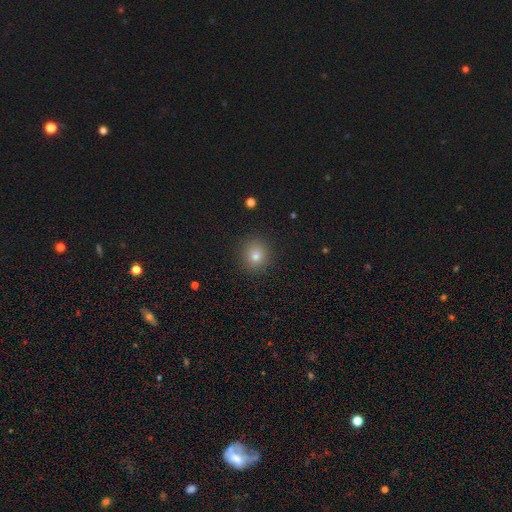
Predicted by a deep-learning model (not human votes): Morphology: type=smooth (79%); roundness=round (89%); merging=none (91%).